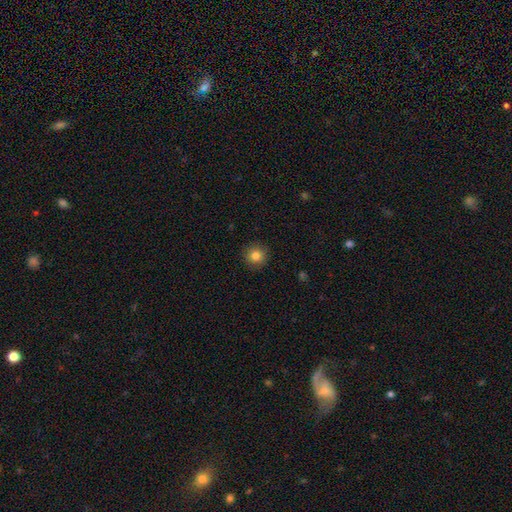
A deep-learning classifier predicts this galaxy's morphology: Q: Smooth or featured?
A: smooth (83%); runner-up: star or artifact (11%)
Q: How rounded?
A: round (94%); runner-up: in between (5%)
Q: Merging?
A: none (92%); runner-up: minor disturbance (6%)